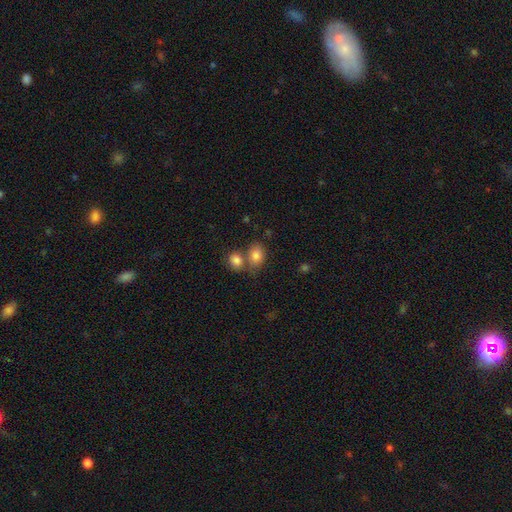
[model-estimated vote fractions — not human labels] Smooth or featured? smooth (83%)
How rounded? in between (64%)
Merging? none (45%)